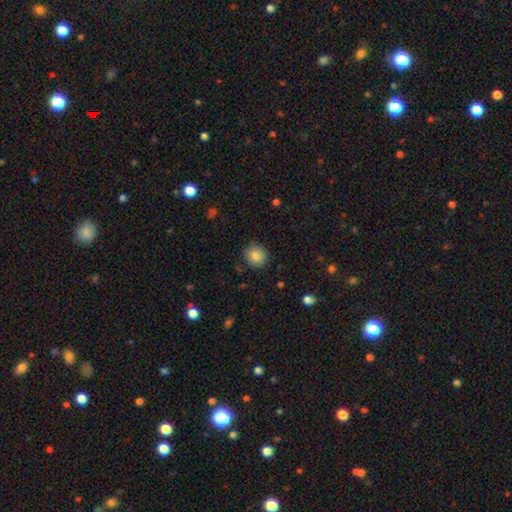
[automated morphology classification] smooth_or_featured: smooth (p=0.84) [alt: star or artifact p=0.09]
how_rounded: round (p=0.87) [alt: in between p=0.12]
merging: none (p=0.86) [alt: minor disturbance p=0.10]